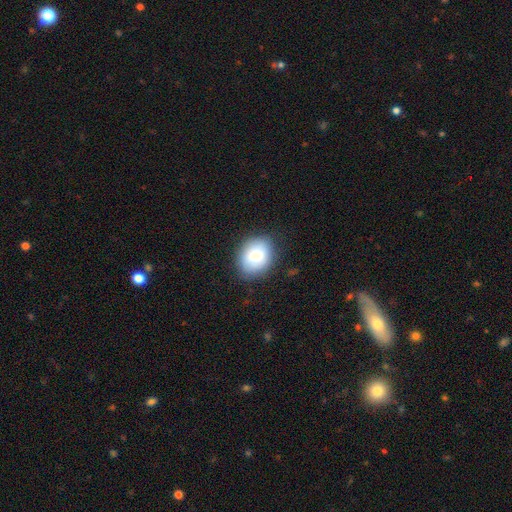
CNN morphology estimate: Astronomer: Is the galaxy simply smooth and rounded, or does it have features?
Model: smooth — 76%.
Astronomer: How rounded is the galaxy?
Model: round — 50% (runner-up: in between, 49%).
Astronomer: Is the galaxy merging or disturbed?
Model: none — 82%.